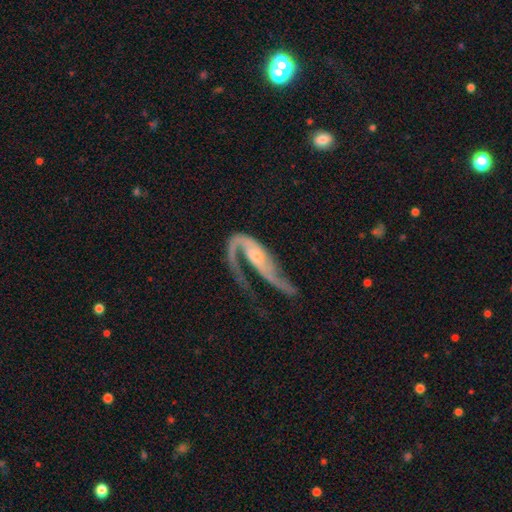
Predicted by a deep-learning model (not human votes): This appears to be a featured or disk galaxy (85%) with no bar (53%), 2 (55%) loose (56%) spiral arms (92%) and a small central bulge (60%). Merging: major disturbance (48%).